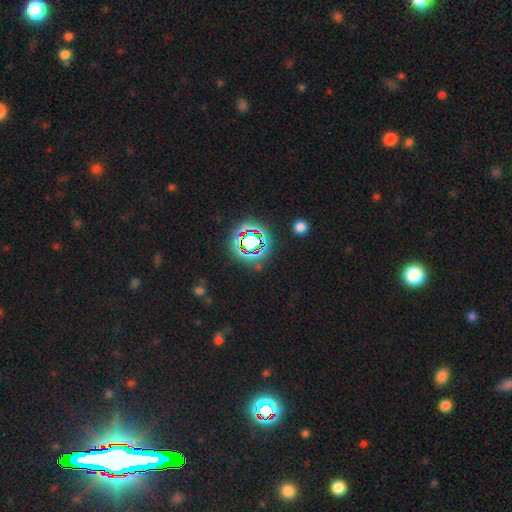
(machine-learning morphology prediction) A star or artifact, not a galaxy (73%).

Vote fractions:
- Smooth or featured? star or artifact: 73% / smooth: 16% / featured or disk: 11%